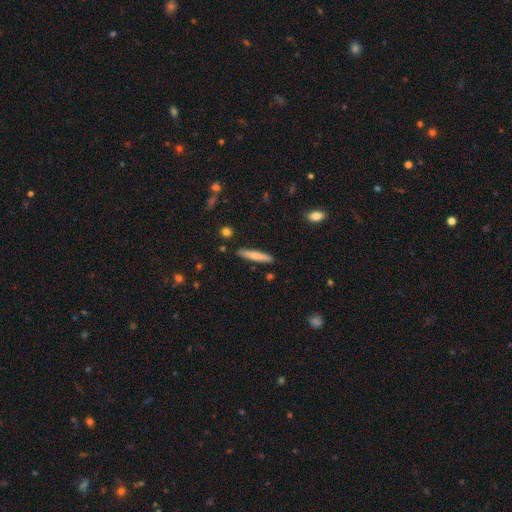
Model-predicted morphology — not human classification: A smooth galaxy with no disk features (71%) that is cigar-shaped (93%). Merging: none (88%).